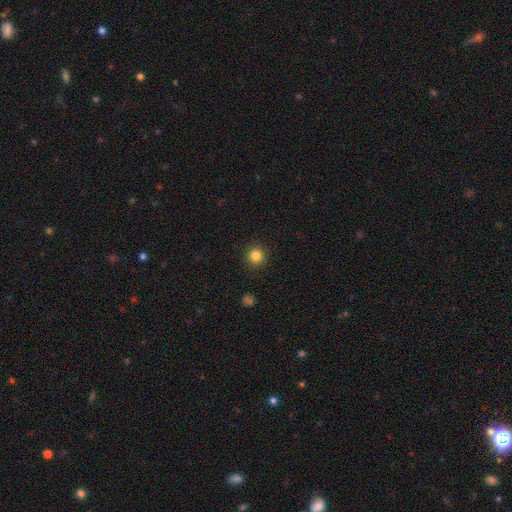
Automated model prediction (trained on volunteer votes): Smooth or featured?
  - smooth: 84% *
  - star or artifact: 11%
  - featured or disk: 4%
How rounded?
  - round: 94% *
  - in between: 5%
  - cigar-shaped: 1%
Merging?
  - none: 92% *
  - minor disturbance: 5%
  - major disturbance: 2%
  - merger: 1%